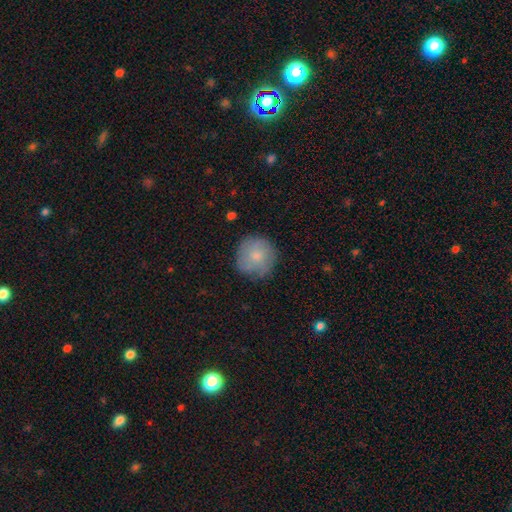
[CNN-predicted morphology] This is likely a smooth galaxy (71%). How rounded: clearly round (93%). Merging: likely none (78%).